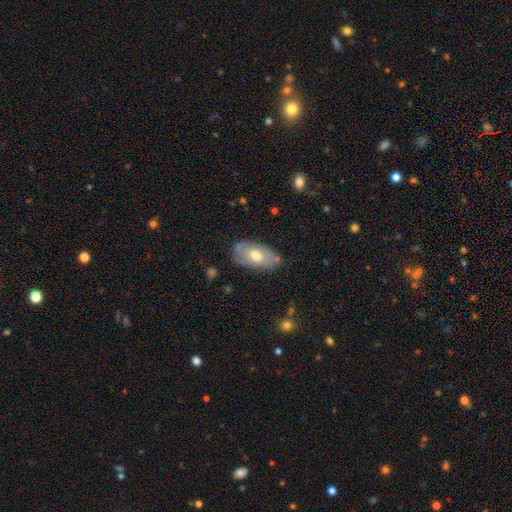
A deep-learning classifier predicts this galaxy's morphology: The model was most divided on "smooth or featured": smooth: 50%, featured or disk: 42%, star or artifact: 7%. More confident: how rounded — in between (92%); merging — none (72%).